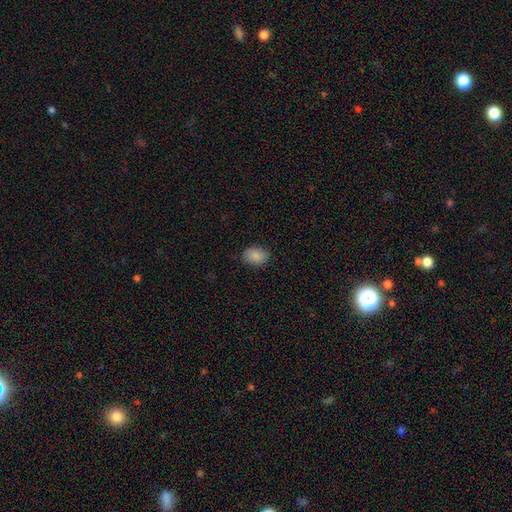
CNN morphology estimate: smooth-or-featured: smooth: 87% | star or artifact: 8% | featured or disk: 5%
  how-rounded: in between: 72% | round: 27% | cigar-shaped: 1%
  merging: none: 86% | minor disturbance: 11% | major disturbance: 2% | merger: 1%